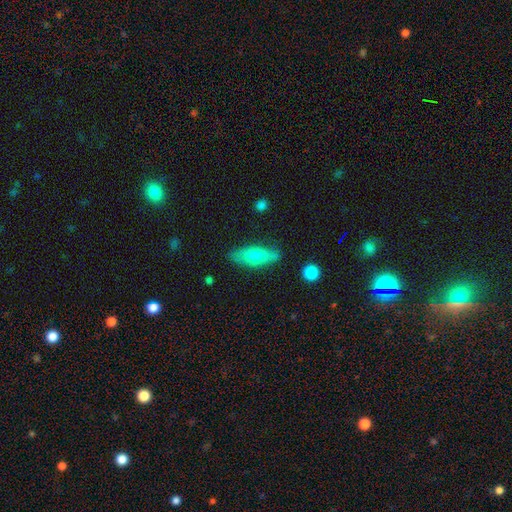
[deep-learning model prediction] Smooth or featured? smooth (69%)
How rounded? in between (57%)
Merging? none (77%)